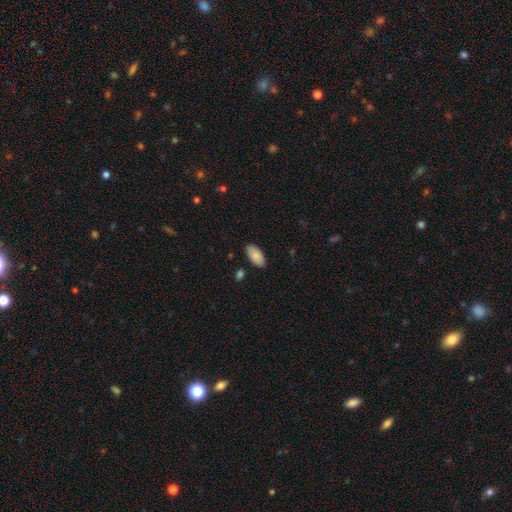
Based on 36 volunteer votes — Smooth or featured: smooth — 89% (featured or disk — 6%)
How rounded: in between — 97% (cigar-shaped — 3%)
Merging: none — 94% (minor disturbance — 3%)